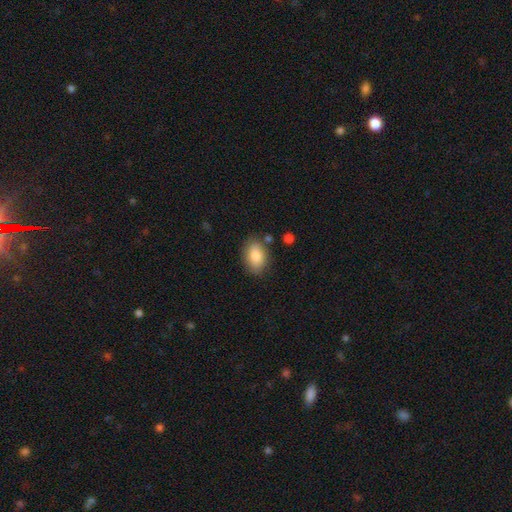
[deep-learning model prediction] The model was most divided on "merging": none: 79%, minor disturbance: 14%, merger: 3%, major disturbance: 3%. More confident: smooth or featured — smooth (84%); how rounded — in between (84%).